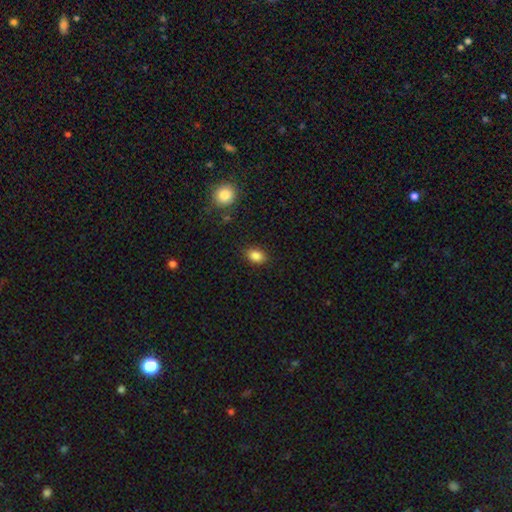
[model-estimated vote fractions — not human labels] Smooth or featured? smooth (85%)
How rounded? in between (78%)
Merging? none (85%)